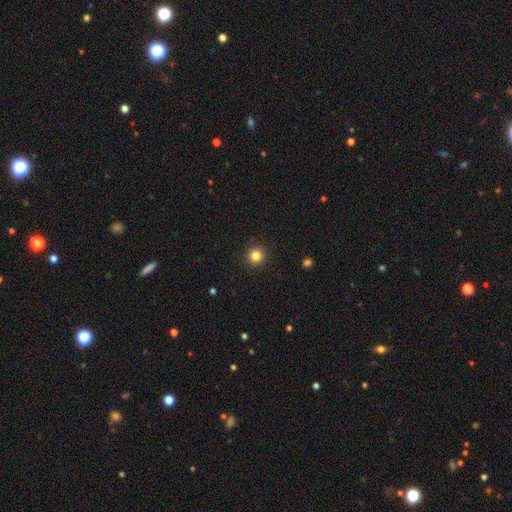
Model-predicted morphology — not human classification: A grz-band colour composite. It shows a smooth galaxy with no disk features (83%) that is round (94%). Merging: none (92%).